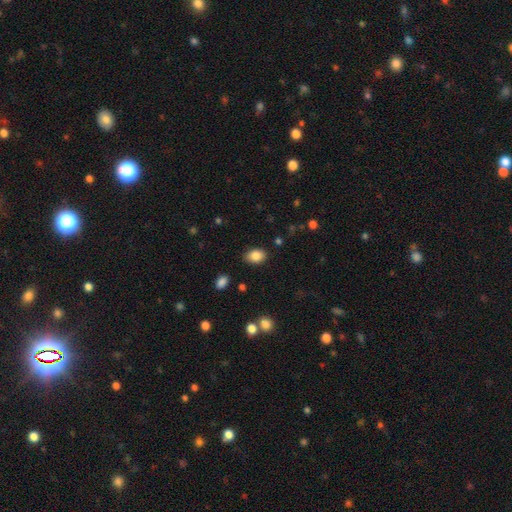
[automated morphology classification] Smooth or featured? smooth (86%)
How rounded? in between (80%)
Merging? none (84%)